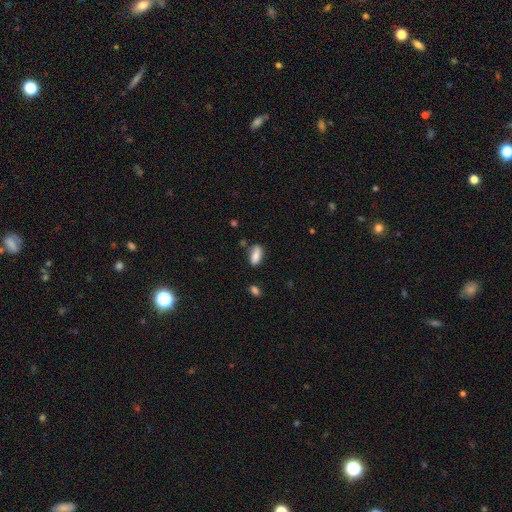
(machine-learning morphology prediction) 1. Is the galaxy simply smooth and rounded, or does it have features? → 86% smooth, 7% star or artifact, 7% featured or disk.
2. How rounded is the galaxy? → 87% in between, 10% cigar-shaped, 3% round.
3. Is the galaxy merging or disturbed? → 74% none, 18% minor disturbance, 5% merger, 4% major disturbance.